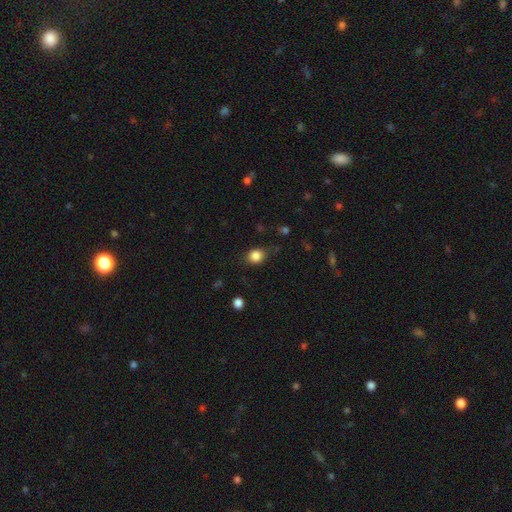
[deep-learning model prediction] This is clearly a smooth galaxy (84%). How rounded: likely round (69%). Merging: likely none (71%).